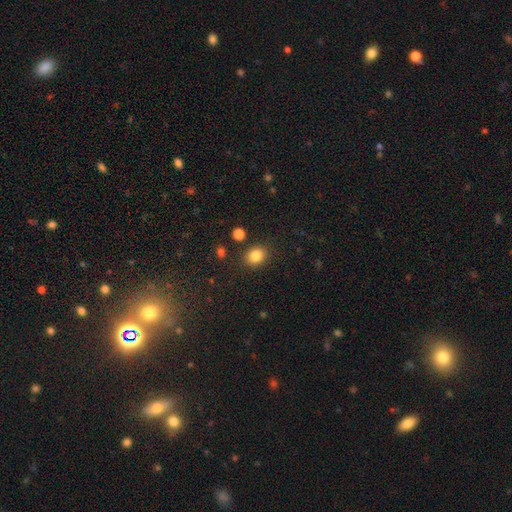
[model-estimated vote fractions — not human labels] smooth 84%, star or artifact 11%, featured or disk 5%. Down the decision tree: how rounded — round (59%); merging — none (85%).